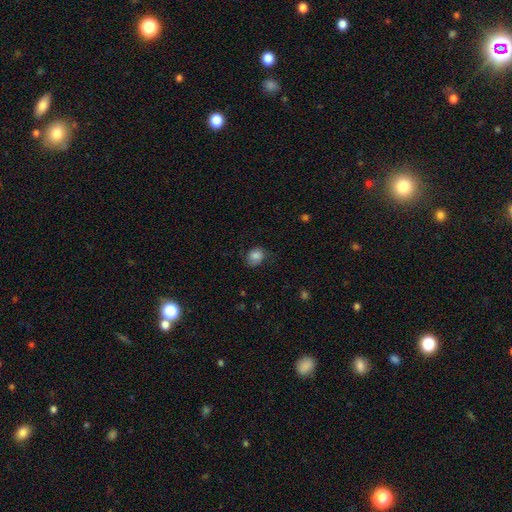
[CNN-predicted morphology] smooth_or_featured: smooth (p=0.78) [alt: featured or disk p=0.13]
how_rounded: round (p=0.54) [alt: in between p=0.45]
merging: none (p=0.66) [alt: minor disturbance p=0.24]